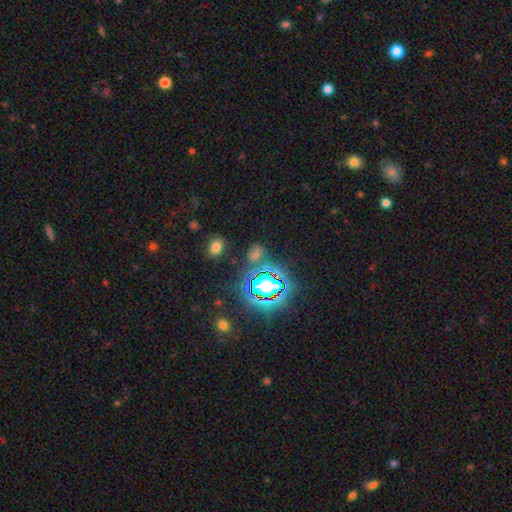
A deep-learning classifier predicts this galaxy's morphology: Smooth or featured: star or artifact — 59% (smooth — 32%)